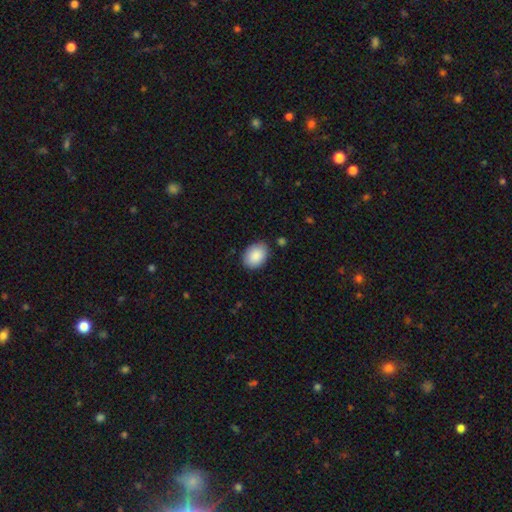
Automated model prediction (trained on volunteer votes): This appears to be a smooth galaxy with no disk features (89%) that is in between round and cigar-shaped (74%). Merging: none (84%).